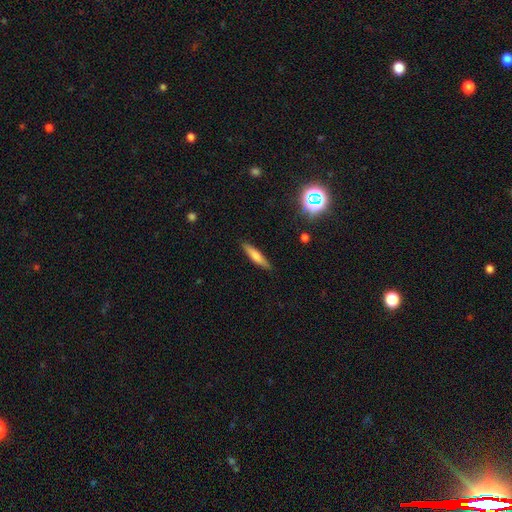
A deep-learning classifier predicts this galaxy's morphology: Smooth or featured? Predicted: smooth (p=0.68). How rounded? Predicted: cigar-shaped (p=0.84). Merging? Predicted: none (p=0.88).